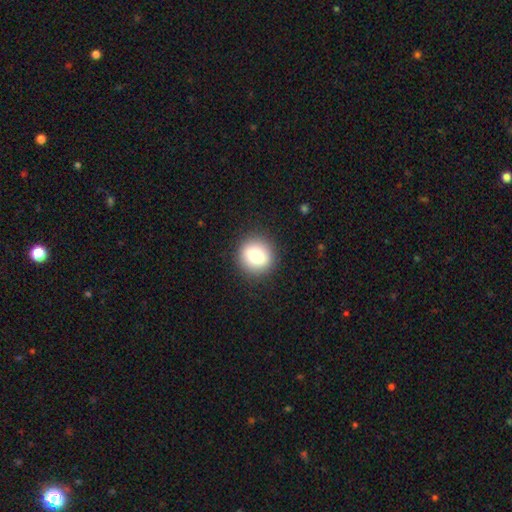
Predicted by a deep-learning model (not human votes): The model was most divided on "smooth or featured": smooth: 77%, featured or disk: 13%, star or artifact: 9%. More confident: merging — none (90%); how rounded — round (86%).